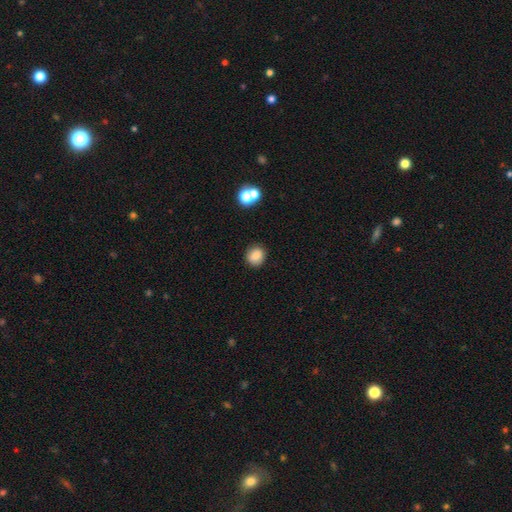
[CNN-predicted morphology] smooth 84%, star or artifact 10%, featured or disk 5%. Down the decision tree: how rounded — round (80%); merging — none (87%).